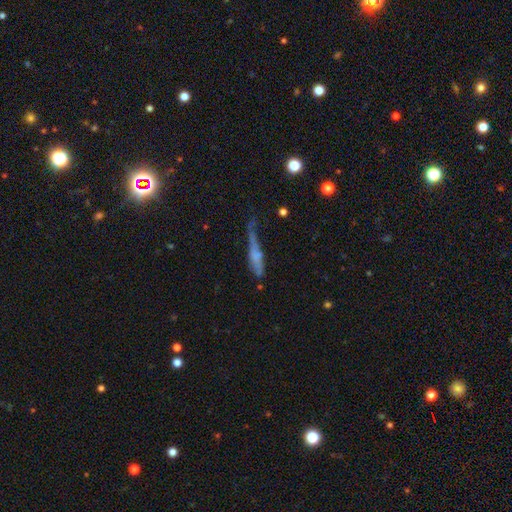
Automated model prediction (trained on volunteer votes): smooth 52%, featured or disk 39%, star or artifact 10%. Down the decision tree: how rounded — cigar-shaped (80%); merging — major disturbance (33%).